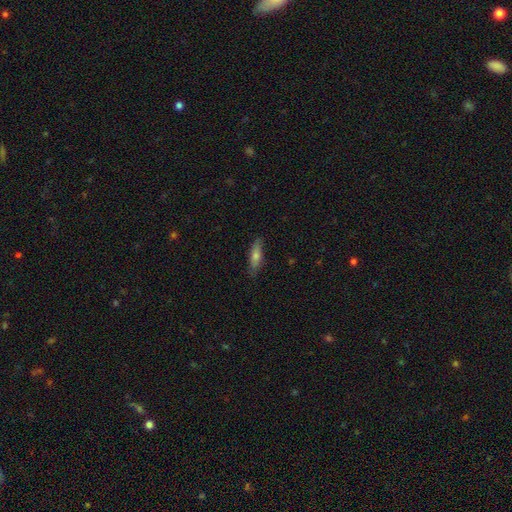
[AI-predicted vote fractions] This appears to be a smooth galaxy with no disk features (59%) that is cigar-shaped (68%). Merging: none (85%).